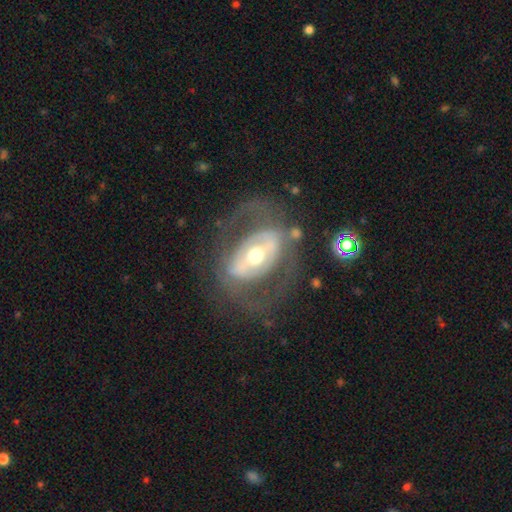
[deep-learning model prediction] Q: Smooth or featured?
A: featured or disk (76%); runner-up: smooth (18%)
Q: Edge-on disk?
A: no (93%); runner-up: yes (7%)
Q: Bar?
A: strong (44%); runner-up: no (28%)
Q: Spiral arms?
A: no (53%); runner-up: yes (47%)
Q: Bulge size?
A: moderate (68%); runner-up: small (20%)
Q: Merging?
A: none (64%); runner-up: major disturbance (18%)